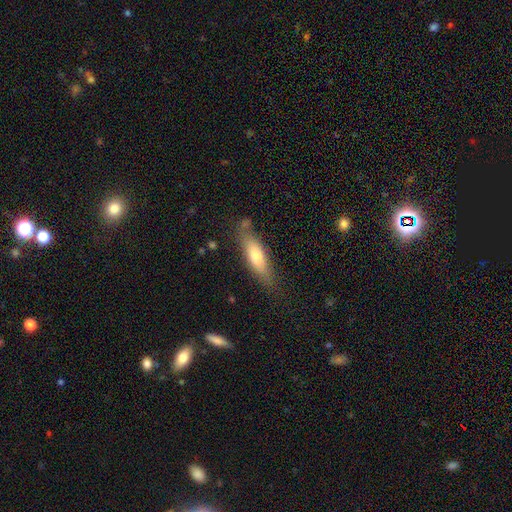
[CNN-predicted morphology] smooth 63%, featured or disk 30%, star or artifact 7%. Down the decision tree: how rounded — cigar-shaped (58%); merging — none (74%).